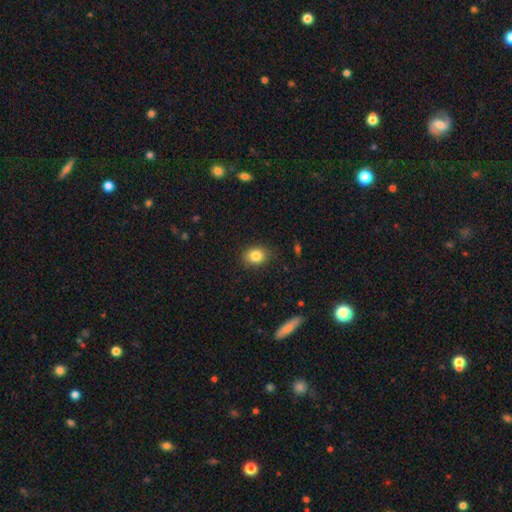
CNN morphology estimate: Overall: smooth (84%). How rounded: in between (55%; round 44%). Merging: none (85%).